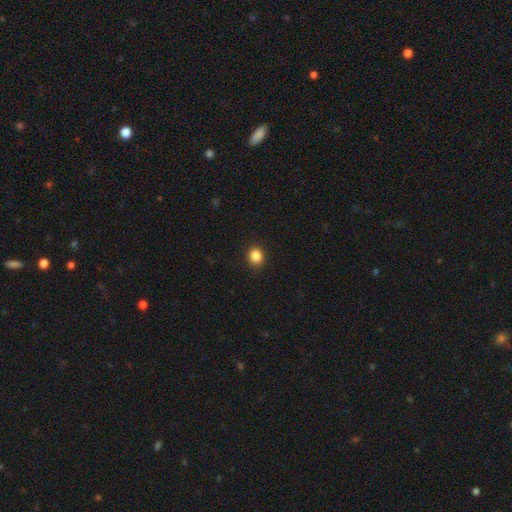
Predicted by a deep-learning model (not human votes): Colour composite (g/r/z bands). It shows a smooth galaxy with no disk features (87%) that is round (66%). Merging: none (89%).